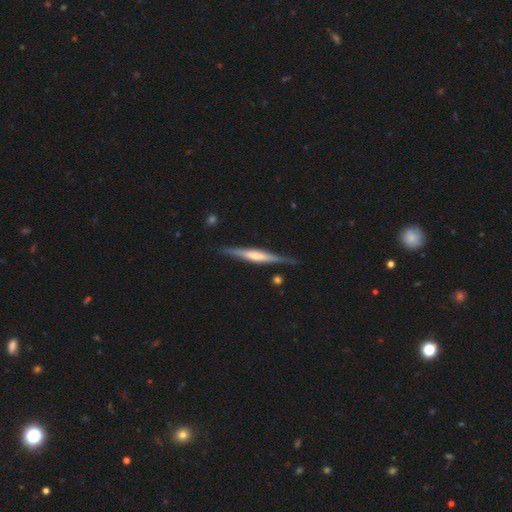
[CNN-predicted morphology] Smooth or featured? Predicted: featured or disk (p=0.65). Edge-on disk? Predicted: yes (p=0.97). Edge-on bulge? Predicted: rounded (p=0.45). Merging? Predicted: none (p=0.83).